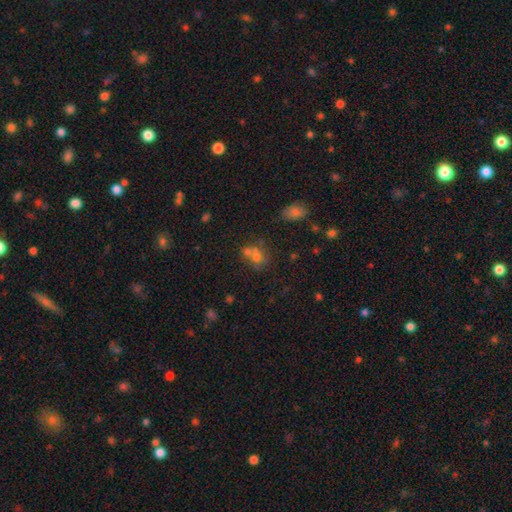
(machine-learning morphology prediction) A smooth galaxy with no disk features (57%) that is round (65%). Merging: merger (45%).